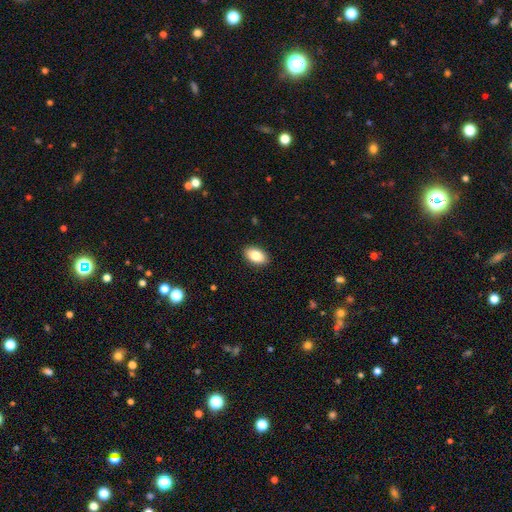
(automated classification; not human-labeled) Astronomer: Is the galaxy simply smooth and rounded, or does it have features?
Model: smooth — 84%.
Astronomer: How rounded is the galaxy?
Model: in between — 92%.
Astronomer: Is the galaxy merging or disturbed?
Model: none — 90%.